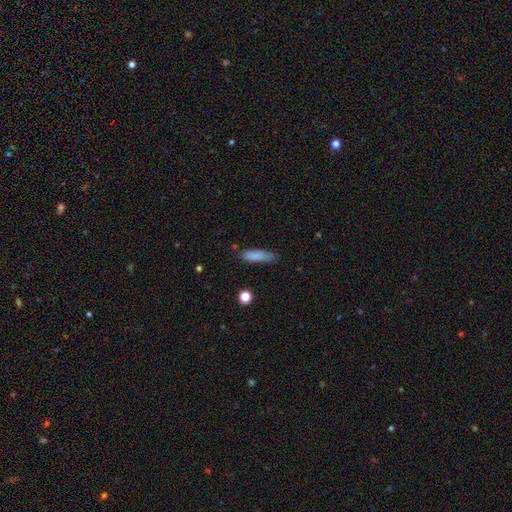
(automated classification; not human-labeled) Smooth or featured: smooth — 82% (featured or disk — 10%)
How rounded: cigar-shaped — 65% (in between — 33%)
Merging: none — 72% (minor disturbance — 21%)